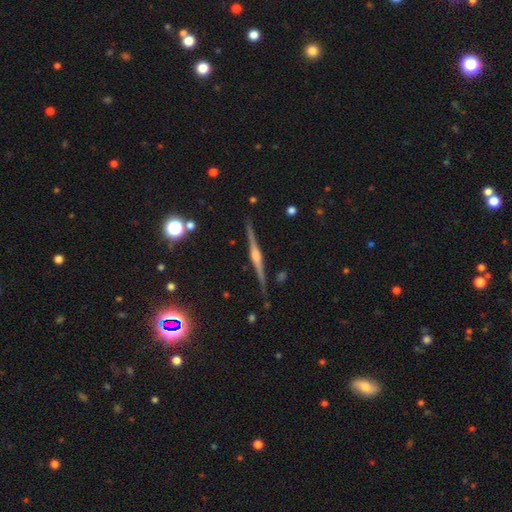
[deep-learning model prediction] This is clearly a featured or disk galaxy (86%). It is clearly viewed edge-on (98%). Edge-on bulge: clearly rounded (83%). Merging: clearly none (90%).